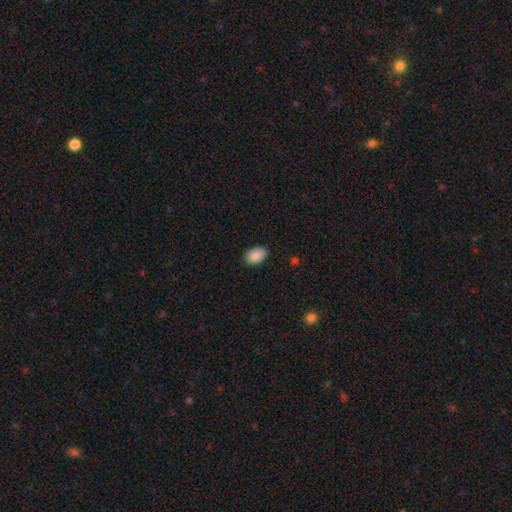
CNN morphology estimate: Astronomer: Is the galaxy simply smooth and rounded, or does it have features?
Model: smooth — 89%.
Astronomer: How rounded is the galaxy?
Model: in between — 90%.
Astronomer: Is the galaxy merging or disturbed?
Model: none — 86%.